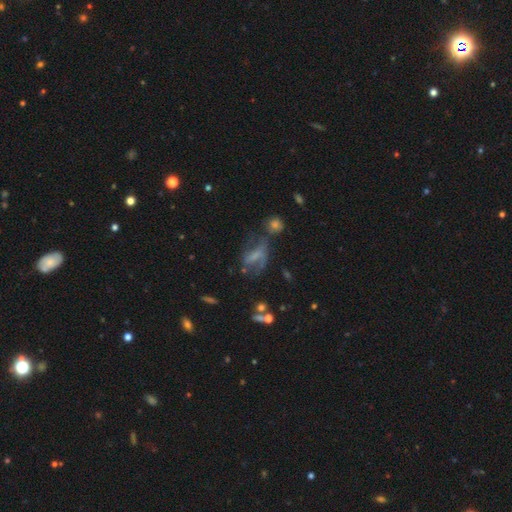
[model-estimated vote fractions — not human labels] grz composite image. It shows a featured or disk galaxy (48%). Merging: major disturbance (35%).